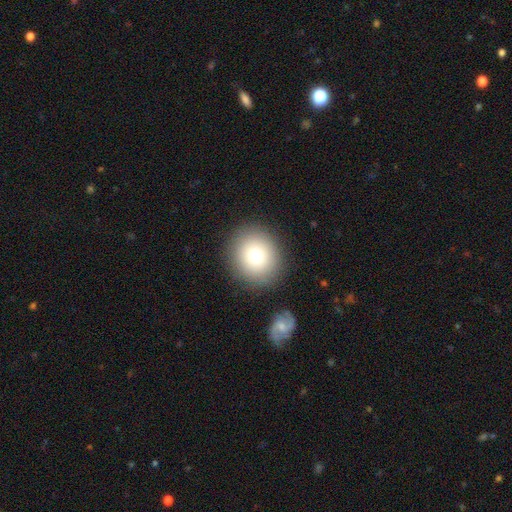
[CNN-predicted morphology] Smooth or featured?
  - smooth: 74% *
  - featured or disk: 14%
  - star or artifact: 11%
How rounded?
  - round: 82% *
  - in between: 17%
  - cigar-shaped: 1%
Merging?
  - none: 86% *
  - minor disturbance: 8%
  - major disturbance: 3%
  - merger: 3%